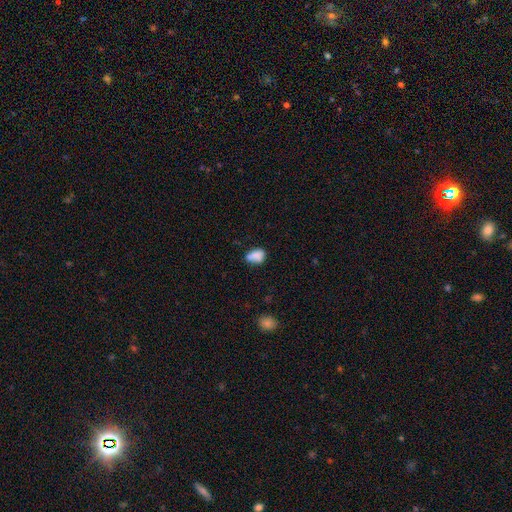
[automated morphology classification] This appears to be a smooth galaxy with no disk features (78%) that is in between round and cigar-shaped (80%). Merging: none (46%).